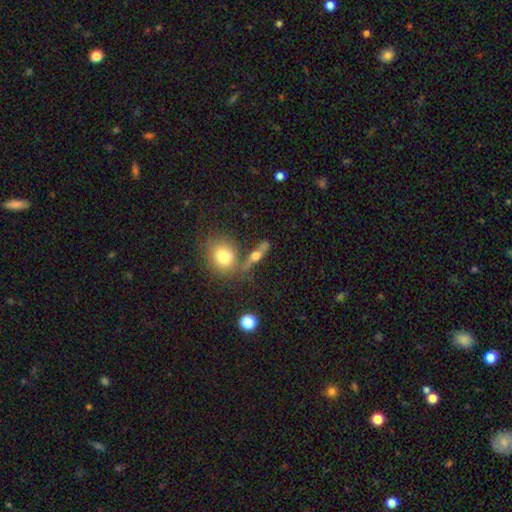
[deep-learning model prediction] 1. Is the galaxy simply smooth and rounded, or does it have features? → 46% smooth, 42% featured or disk, 12% star or artifact.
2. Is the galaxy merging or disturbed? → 59% none, 20% merger, 14% minor disturbance, 7% major disturbance.